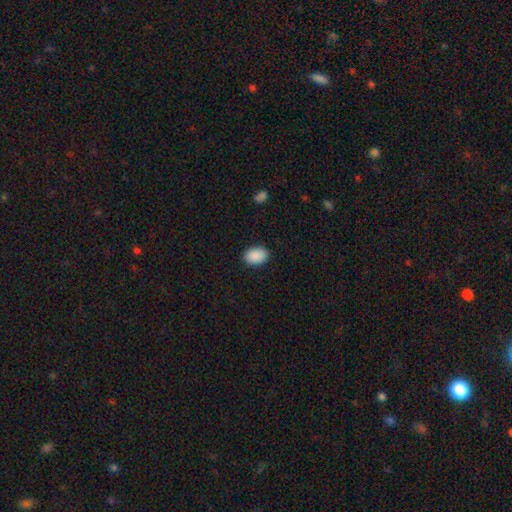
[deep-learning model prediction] Smooth or featured?
  - smooth: 91% *
  - star or artifact: 7%
  - featured or disk: 2%
How rounded?
  - in between: 84% *
  - round: 15%
  - cigar-shaped: 1%
Merging?
  - none: 89% *
  - minor disturbance: 8%
  - major disturbance: 2%
  - merger: 1%